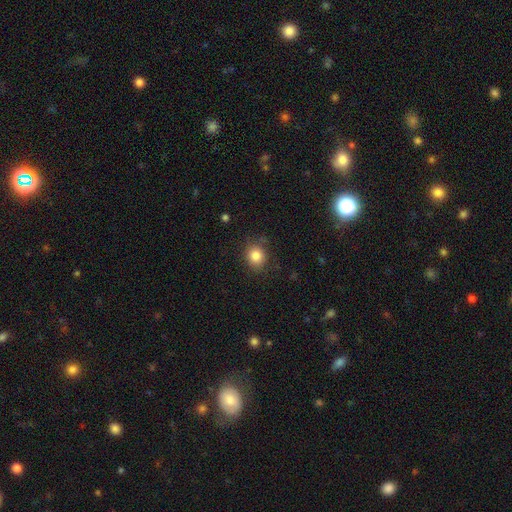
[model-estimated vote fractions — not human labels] Smooth or featured? Predicted: smooth (p=0.83). How rounded? Predicted: round (p=0.75). Merging? Predicted: none (p=0.83).